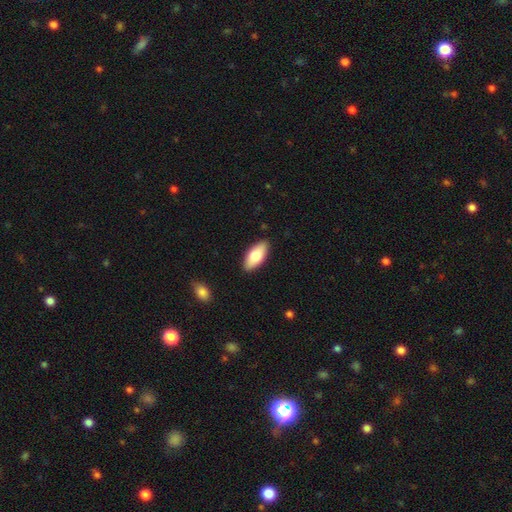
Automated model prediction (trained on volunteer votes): The model was most divided on "smooth or featured": smooth: 76%, featured or disk: 18%, star or artifact: 6%. More confident: merging — none (89%); how rounded — in between (87%).